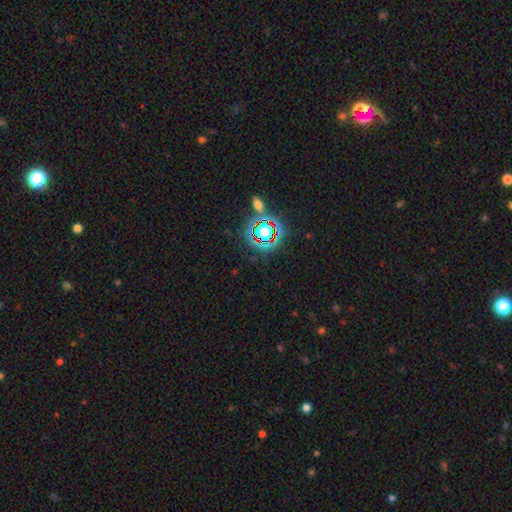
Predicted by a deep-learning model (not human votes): The model was most divided on "smooth or featured": star or artifact: 78%, smooth: 14%, featured or disk: 8%.